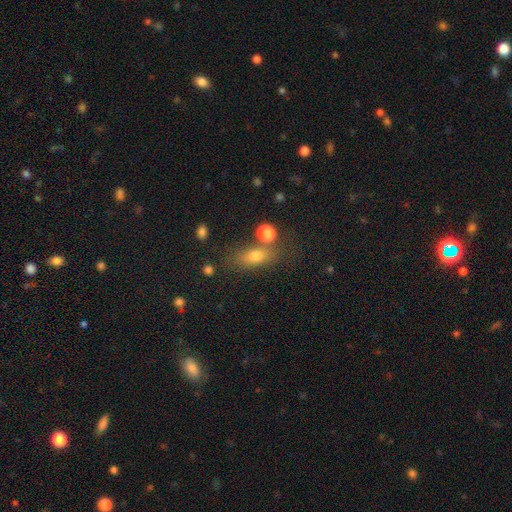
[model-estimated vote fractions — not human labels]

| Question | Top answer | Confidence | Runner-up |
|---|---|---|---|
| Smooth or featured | smooth | 72% | featured or disk (16%) |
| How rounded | in between | 69% | cigar-shaped (19%) |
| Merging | none | 65% | minor disturbance (16%) |